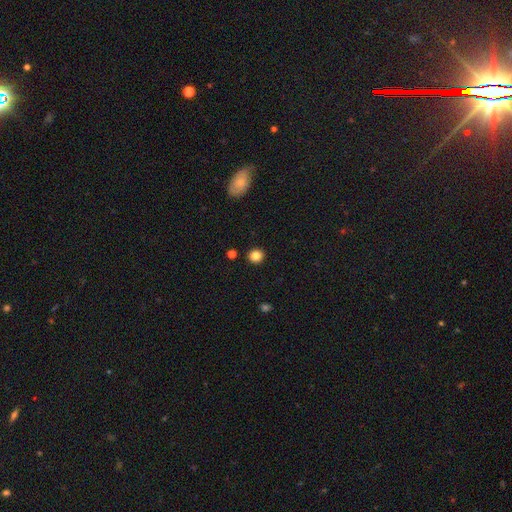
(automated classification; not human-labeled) Q: Smooth or featured?
A: smooth (83%); runner-up: star or artifact (12%)
Q: How rounded?
A: round (90%); runner-up: in between (9%)
Q: Merging?
A: none (91%); runner-up: minor disturbance (5%)